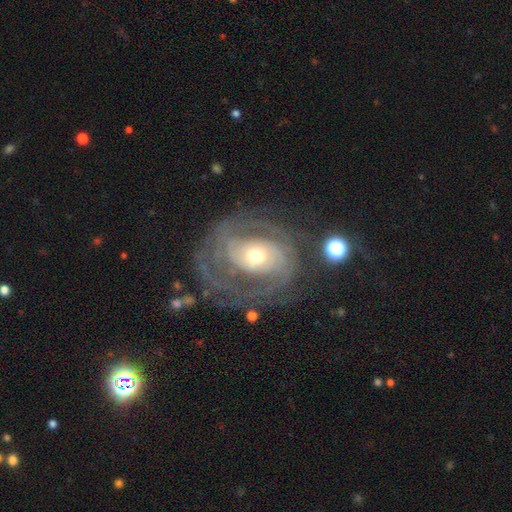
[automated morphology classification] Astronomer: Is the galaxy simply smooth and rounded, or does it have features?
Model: featured or disk — 86%.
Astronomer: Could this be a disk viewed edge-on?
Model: no — 97%.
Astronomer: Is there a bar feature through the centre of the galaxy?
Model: no — 66%.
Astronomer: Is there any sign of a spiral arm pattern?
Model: yes — 92%.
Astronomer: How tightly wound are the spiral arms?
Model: tight — 63%.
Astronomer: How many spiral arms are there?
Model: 2 — 37% (runner-up: can't tell, 27%).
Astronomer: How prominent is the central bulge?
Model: moderate — 56% (runner-up: small, 35%).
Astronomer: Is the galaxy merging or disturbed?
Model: none — 66%.